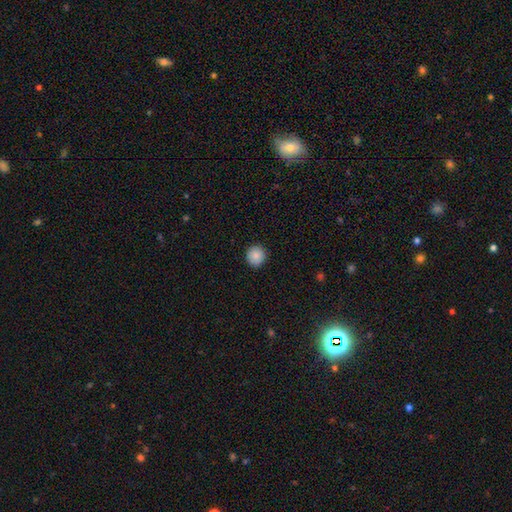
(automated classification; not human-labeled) Smooth or featured?
  - smooth: 87% *
  - star or artifact: 8%
  - featured or disk: 5%
How rounded?
  - round: 95% *
  - in between: 5%
  - cigar-shaped: 1%
Merging?
  - none: 92% *
  - minor disturbance: 5%
  - major disturbance: 2%
  - merger: 1%